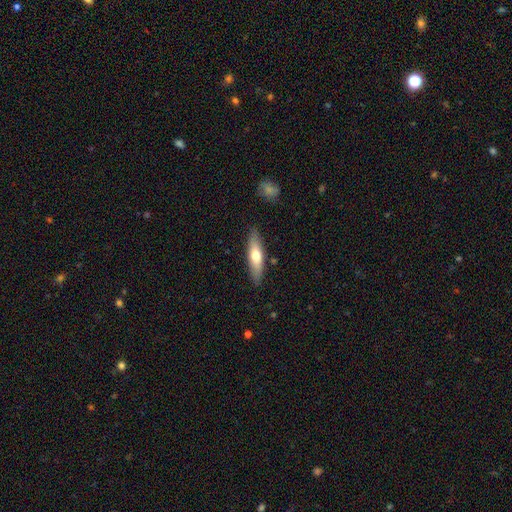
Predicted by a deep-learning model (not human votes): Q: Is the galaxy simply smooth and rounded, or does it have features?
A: smooth — 60%.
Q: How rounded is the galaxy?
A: cigar-shaped — 65%.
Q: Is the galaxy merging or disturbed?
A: none — 86%.